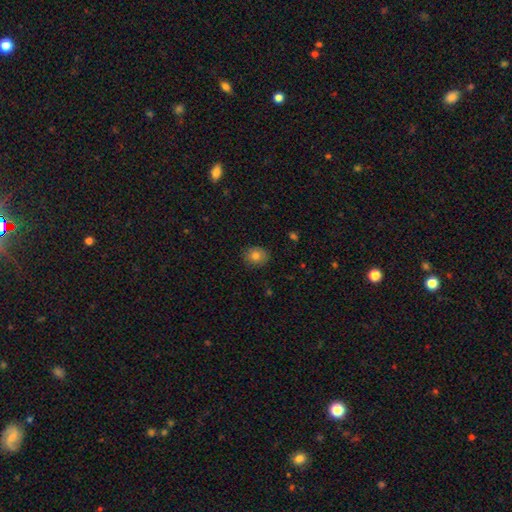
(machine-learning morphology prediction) This appears to be a smooth galaxy with no disk features (81%) that is round (65%). Merging: none (87%).